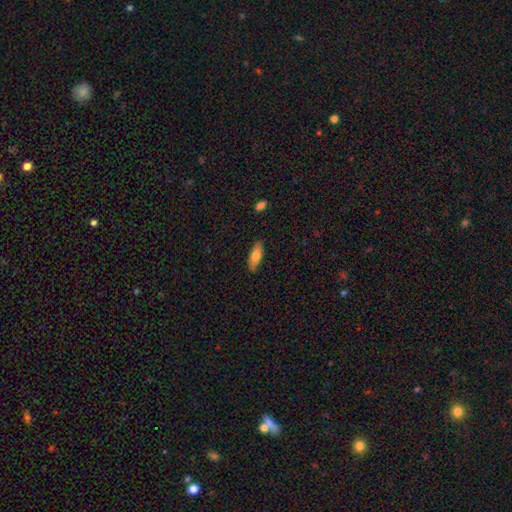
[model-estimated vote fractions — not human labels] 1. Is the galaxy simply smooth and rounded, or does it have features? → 71% smooth, 23% featured or disk, 6% star or artifact.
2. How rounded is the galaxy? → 65% in between, 32% cigar-shaped, 2% round.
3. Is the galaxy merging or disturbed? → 86% none, 11% minor disturbance, 2% major disturbance, 1% merger.